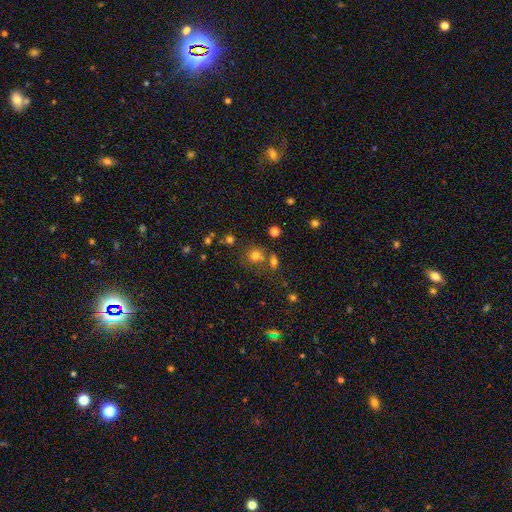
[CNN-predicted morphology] The model was most divided on "merging": none: 61%, merger: 24%, minor disturbance: 11%, major disturbance: 5%. More confident: how rounded — round (80%); smooth or featured — smooth (71%).